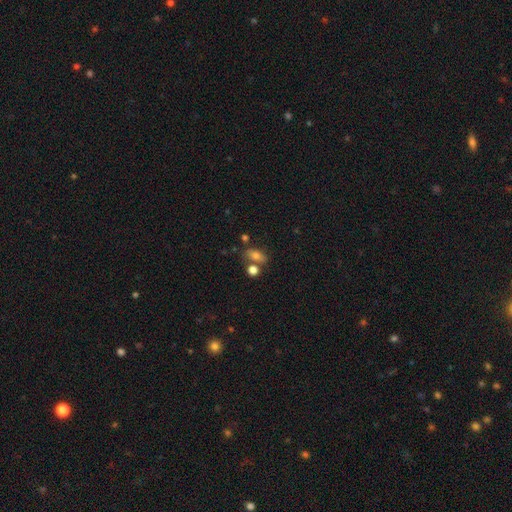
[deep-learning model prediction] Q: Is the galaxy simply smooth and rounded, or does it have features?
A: smooth — 74%.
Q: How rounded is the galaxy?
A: in between — 77%.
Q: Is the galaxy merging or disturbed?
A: none — 60%.